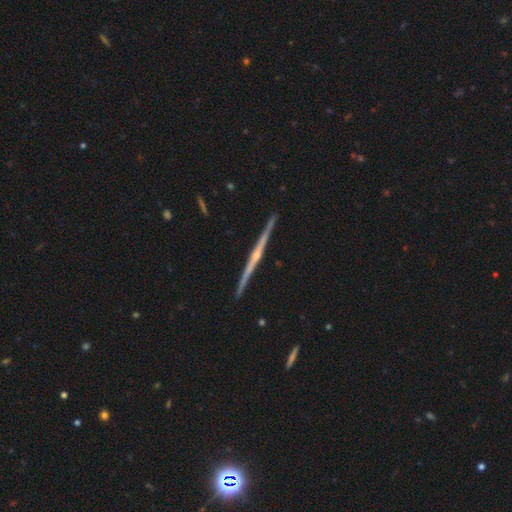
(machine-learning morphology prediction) A featured or disk galaxy (81%) viewed edge-on (98%) with a rounded central bulge (65%). Merging: none (91%).